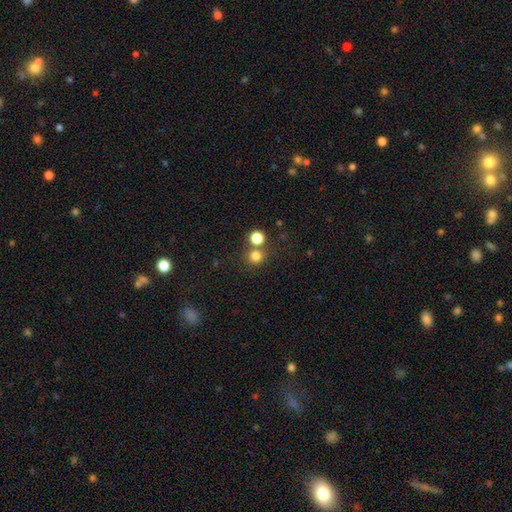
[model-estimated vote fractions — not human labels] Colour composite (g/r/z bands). It shows a smooth galaxy with no disk features (78%) that is round (90%). Merging: none (66%).